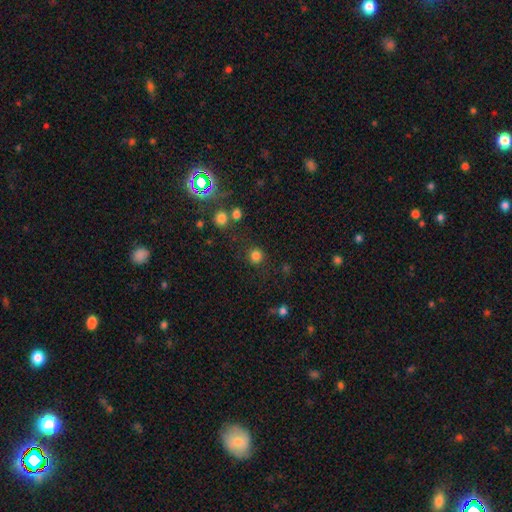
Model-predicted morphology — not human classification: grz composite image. It shows a smooth galaxy with no disk features (80%) that is round (91%). Merging: none (84%).